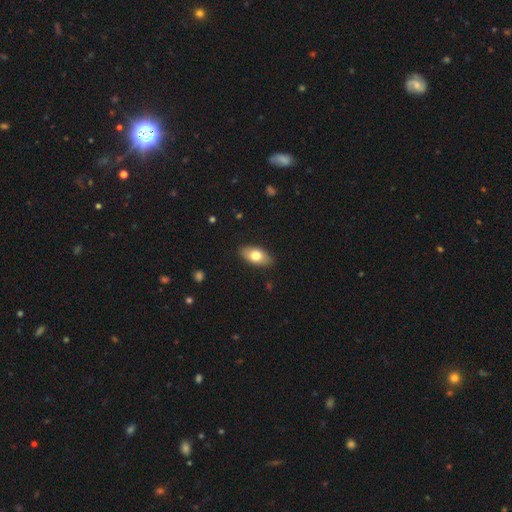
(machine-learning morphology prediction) Smooth or featured? Predicted: smooth (p=0.75). How rounded? Predicted: in between (p=0.90). Merging? Predicted: none (p=0.88).